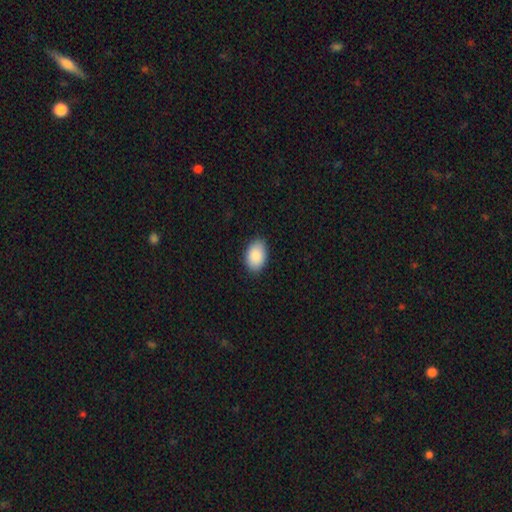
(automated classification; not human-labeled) Smooth or featured? smooth (90%)
How rounded? in between (90%)
Merging? none (87%)